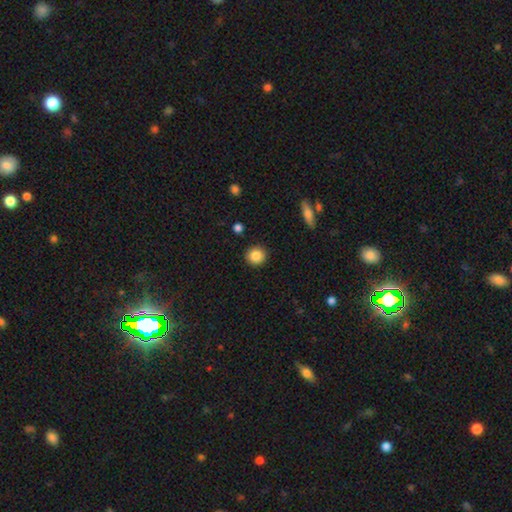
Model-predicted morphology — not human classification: smooth 86%, star or artifact 9%, featured or disk 5%. Down the decision tree: how rounded — round (91%); merging — none (92%).